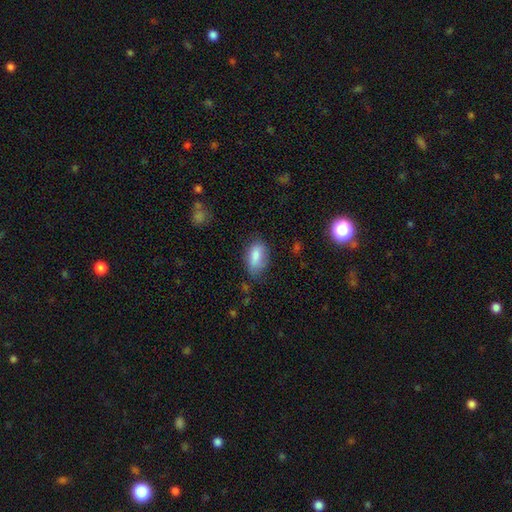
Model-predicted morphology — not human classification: Overall: smooth (83%). How rounded: in between (90%). Merging: none (66%; minor disturbance 26%).